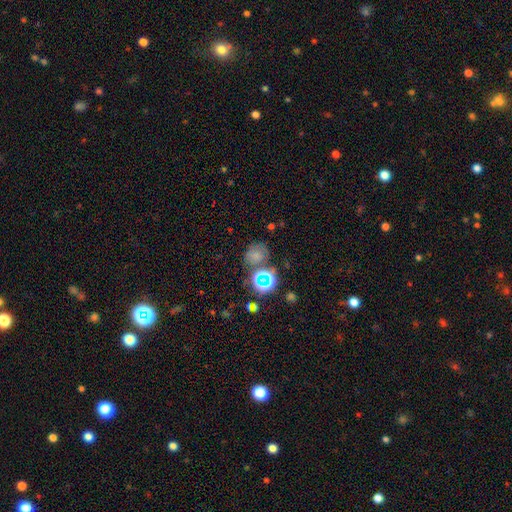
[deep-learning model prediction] This appears to be a smooth galaxy with no disk features (58%) that is round (69%). Merging: none (60%).